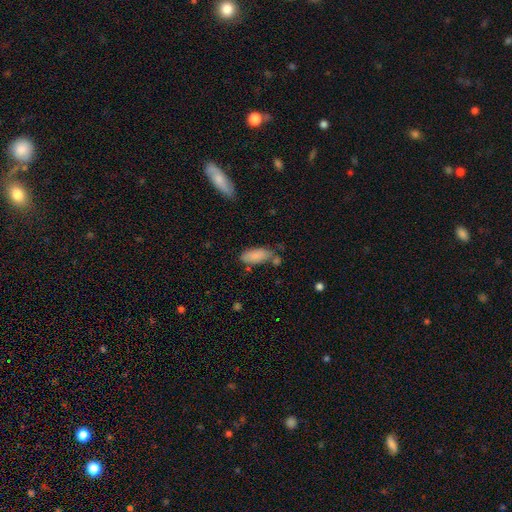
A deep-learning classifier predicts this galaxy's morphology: smooth-or-featured: smooth: 85% | featured or disk: 8% | star or artifact: 7%
  how-rounded: in between: 85% | cigar-shaped: 13% | round: 2%
  merging: none: 60% | minor disturbance: 22% | merger: 12% | major disturbance: 6%